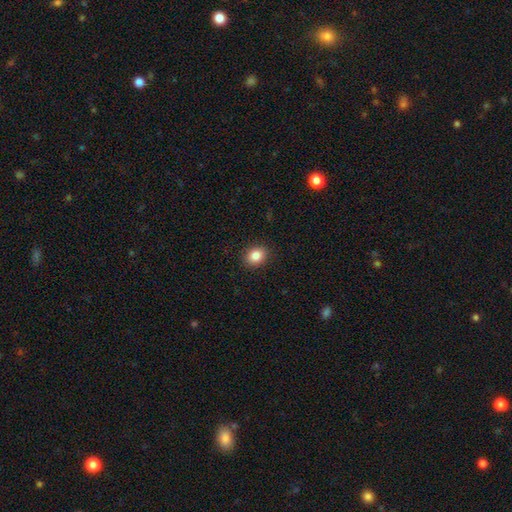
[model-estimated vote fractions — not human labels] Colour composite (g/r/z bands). It shows a smooth galaxy with no disk features (85%) that is round (55%). Merging: none (90%).